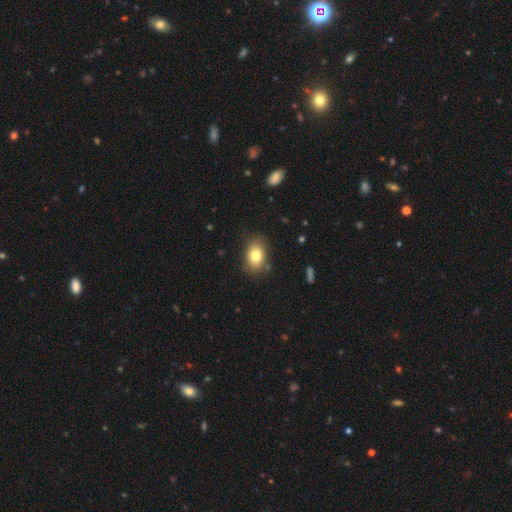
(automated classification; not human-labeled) A smooth galaxy with no disk features (79%) that is in between round and cigar-shaped (75%). Merging: none (82%).